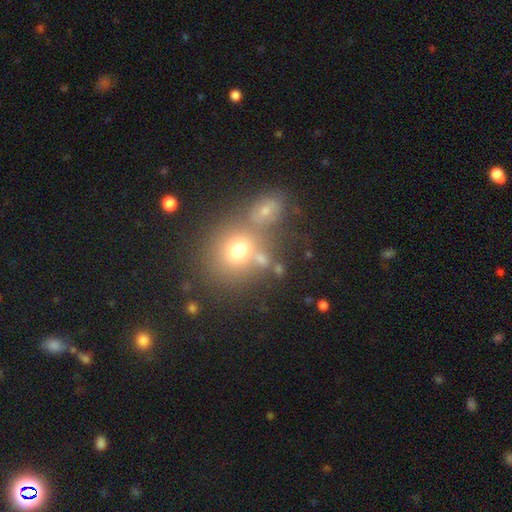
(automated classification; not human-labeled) Smooth or featured? smooth (69%)
How rounded? round (76%)
Merging? none (49%)